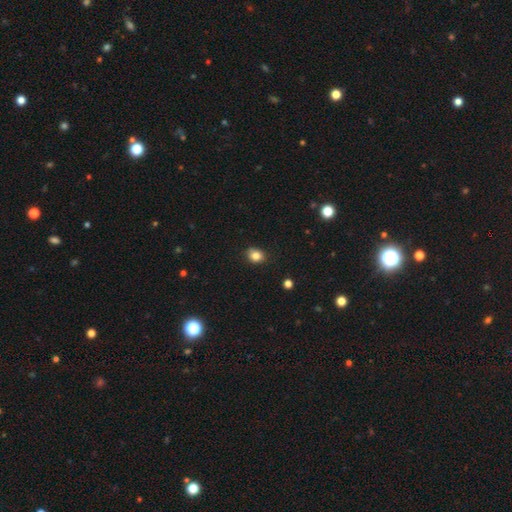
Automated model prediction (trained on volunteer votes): smooth-or-featured: smooth: 83% | star or artifact: 11% | featured or disk: 6%
  how-rounded: round: 58% | in between: 41% | cigar-shaped: 1%
  merging: none: 79% | minor disturbance: 17% | major disturbance: 3% | merger: 1%